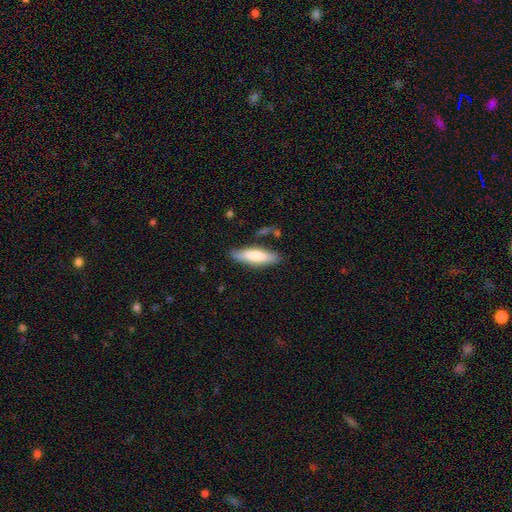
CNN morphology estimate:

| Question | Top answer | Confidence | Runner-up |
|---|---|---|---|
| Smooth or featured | smooth | 72% | featured or disk (22%) |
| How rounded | cigar-shaped | 59% | in between (39%) |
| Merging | none | 76% | minor disturbance (17%) |